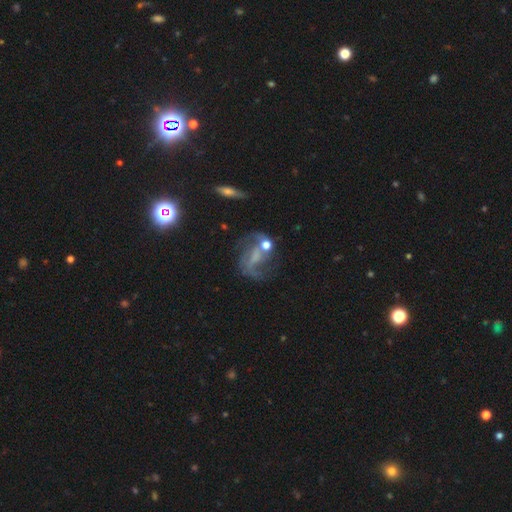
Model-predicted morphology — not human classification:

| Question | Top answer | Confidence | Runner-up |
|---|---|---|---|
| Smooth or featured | featured or disk | 73% | star or artifact (14%) |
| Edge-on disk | no | 96% | yes (4%) |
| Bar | weak | 42% | no (34%) |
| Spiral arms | yes | 83% | no (17%) |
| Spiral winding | loose | 53% | medium (36%) |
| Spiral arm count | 2 | 74% | 1 (11%) |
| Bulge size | none | 39% | small (30%) |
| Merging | none | 44% | major disturbance (23%) |